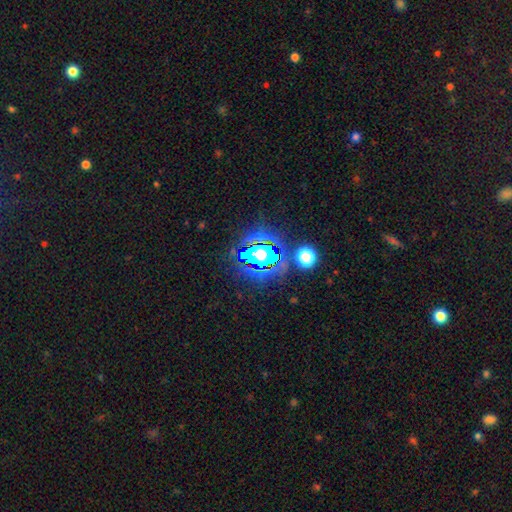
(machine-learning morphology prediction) Smooth or featured: star or artifact — 73% (smooth — 16%)